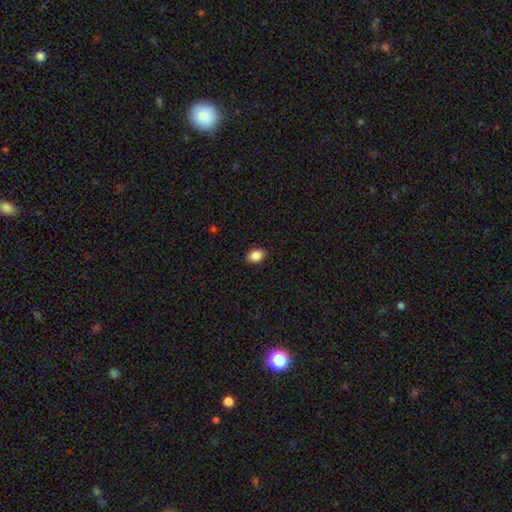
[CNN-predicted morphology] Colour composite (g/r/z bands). It shows a smooth galaxy with no disk features (88%) that is in between round and cigar-shaped (74%). Merging: none (89%).